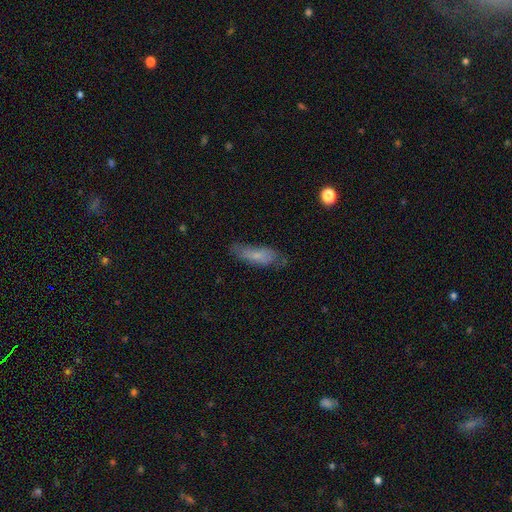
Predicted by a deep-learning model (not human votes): This is possibly a smooth galaxy (59%). How rounded: possibly cigar-shaped (50%). Merging: likely none (65%).